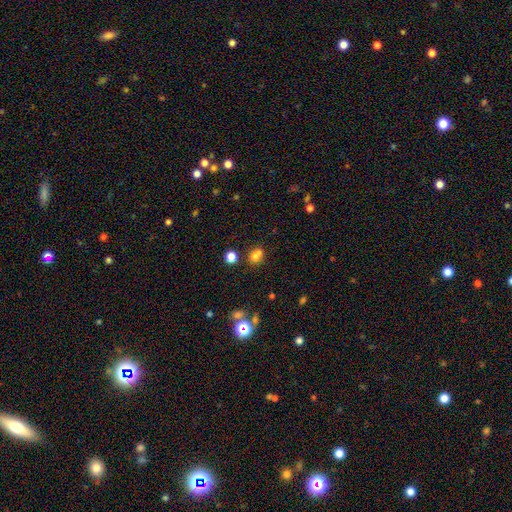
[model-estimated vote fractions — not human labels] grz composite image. It shows a smooth galaxy with no disk features (72%) that is round (58%). Merging: none (49%).